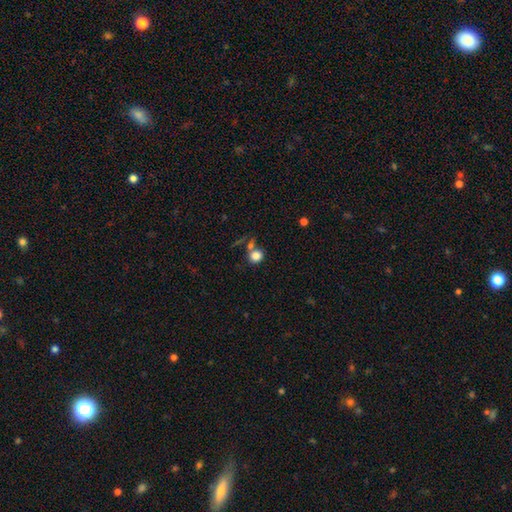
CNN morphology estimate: Q: Smooth or featured?
A: smooth (82%); runner-up: star or artifact (11%)
Q: How rounded?
A: round (78%); runner-up: in between (21%)
Q: Merging?
A: none (57%); runner-up: merger (25%)